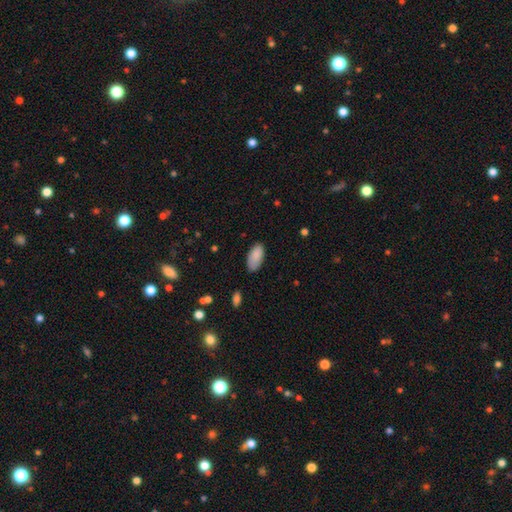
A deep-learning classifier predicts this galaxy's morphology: type=smooth (88%); roundness=in between (92%); merging=none (77%).